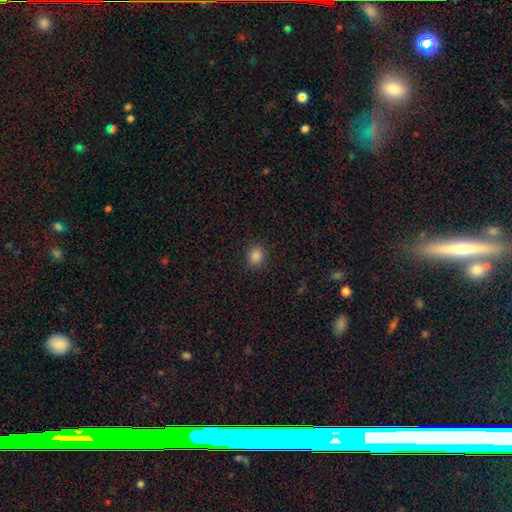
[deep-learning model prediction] Smooth or featured: smooth — 85% (star or artifact — 12%)
How rounded: round — 54% (in between — 45%)
Merging: none — 89% (minor disturbance — 8%)